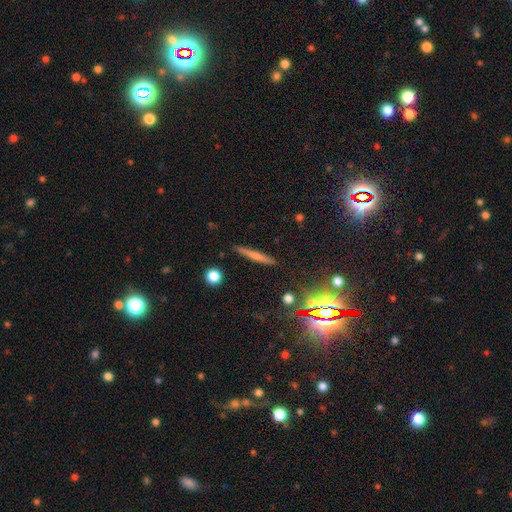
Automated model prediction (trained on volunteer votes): A smooth galaxy with no disk features (53%) that is cigar-shaped (93%). Merging: none (89%).